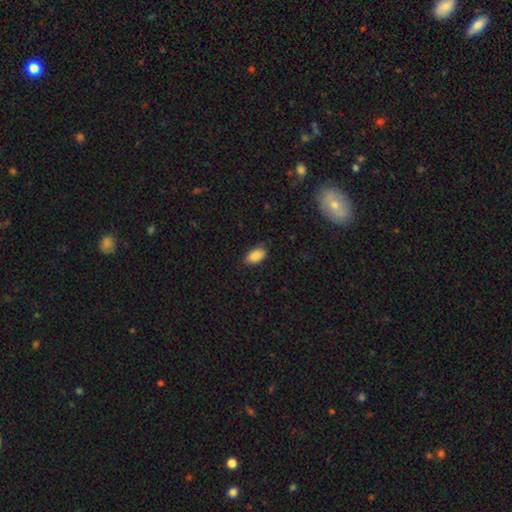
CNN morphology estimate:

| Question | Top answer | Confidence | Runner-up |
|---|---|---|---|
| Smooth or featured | smooth | 89% | star or artifact (7%) |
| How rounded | in between | 94% | round (4%) |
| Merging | none | 83% | minor disturbance (13%) |